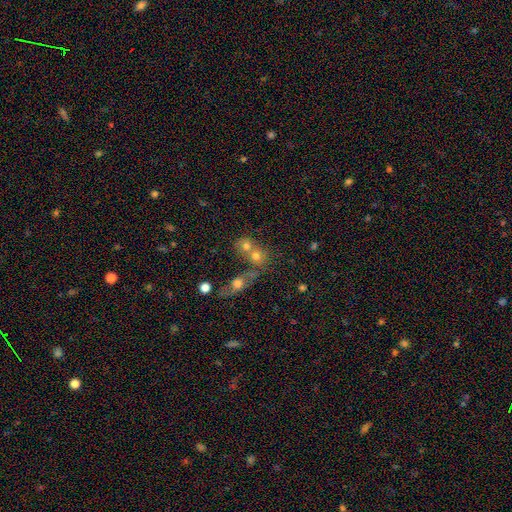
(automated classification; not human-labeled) Q: Smooth or featured?
A: smooth (58%); runner-up: featured or disk (21%)
Q: How rounded?
A: round (65%); runner-up: in between (31%)
Q: Merging?
A: merger (49%); runner-up: none (39%)